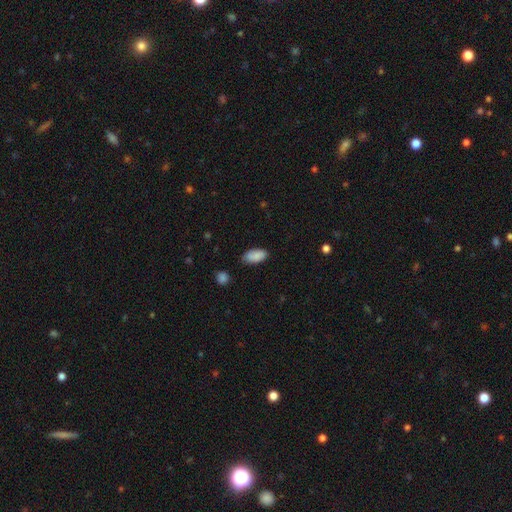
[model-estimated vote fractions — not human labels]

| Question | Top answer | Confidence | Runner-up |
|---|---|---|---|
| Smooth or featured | smooth | 87% | star or artifact (7%) |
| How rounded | in between | 93% | cigar-shaped (5%) |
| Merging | none | 78% | minor disturbance (17%) |